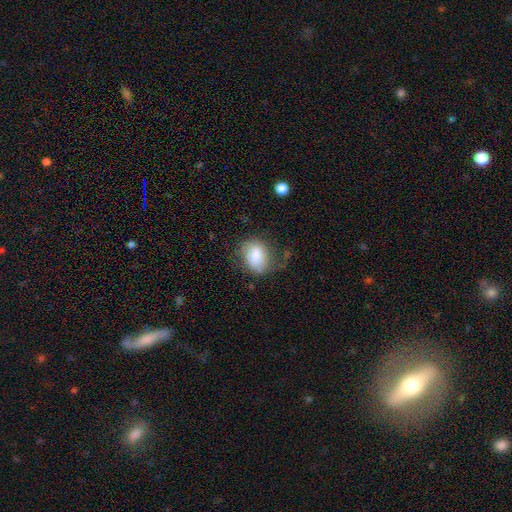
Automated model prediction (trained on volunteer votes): The model was most divided on "how rounded": in between: 60%, round: 38%, cigar-shaped: 1%. More confident: smooth or featured — smooth (73%); merging — none (55%).